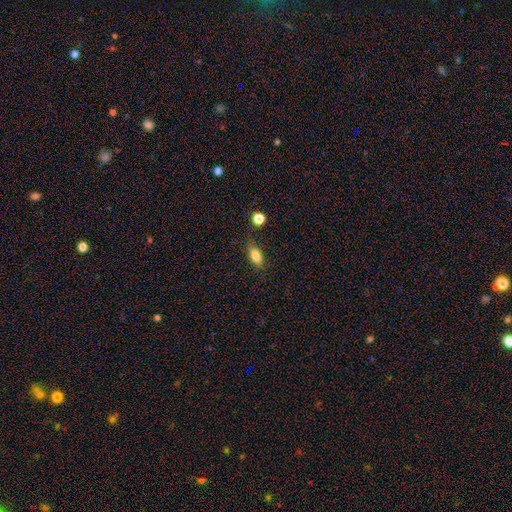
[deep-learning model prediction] Smooth or featured?
  - smooth: 83% *
  - star or artifact: 9%
  - featured or disk: 8%
How rounded?
  - in between: 84% *
  - cigar-shaped: 9%
  - round: 7%
Merging?
  - none: 79% *
  - minor disturbance: 14%
  - major disturbance: 4%
  - merger: 3%